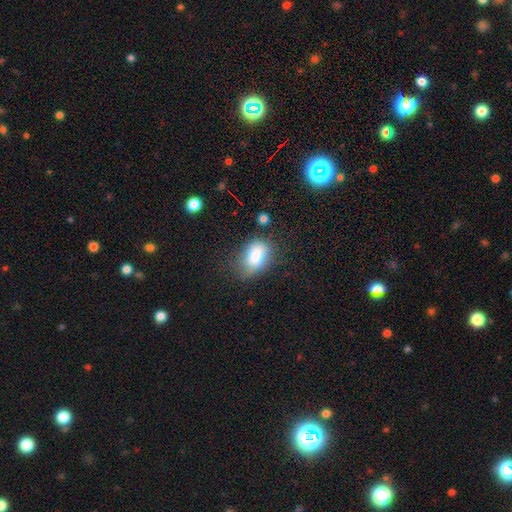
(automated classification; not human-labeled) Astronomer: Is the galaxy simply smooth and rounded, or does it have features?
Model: smooth — 81%.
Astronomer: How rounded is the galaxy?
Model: in between — 83%.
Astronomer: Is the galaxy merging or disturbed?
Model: none — 56%.